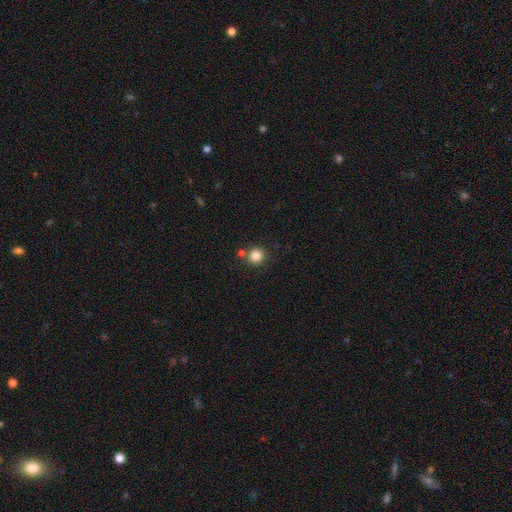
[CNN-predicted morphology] The model was most divided on "merging": none: 75%, merger: 15%, minor disturbance: 8%, major disturbance: 3%. More confident: how rounded — round (93%); smooth or featured — smooth (84%).